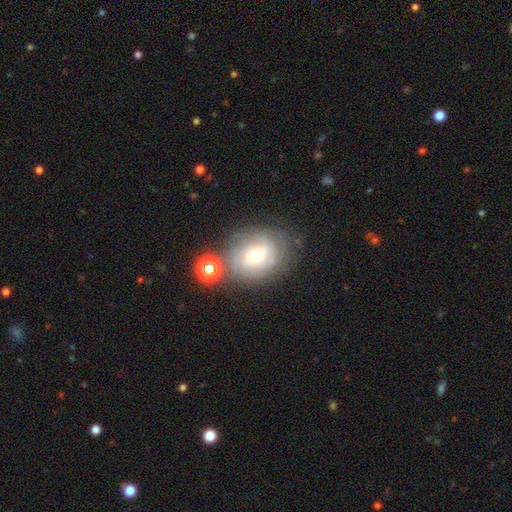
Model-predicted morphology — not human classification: Smooth or featured?
  - featured or disk: 58% *
  - smooth: 32%
  - star or artifact: 11%
Edge-on disk?
  - no: 96% *
  - yes: 4%
Bar?
  - no: 68% *
  - weak: 26%
  - strong: 5%
Spiral arms?
  - yes: 79% *
  - no: 21%
Bulge size?
  - small: 52% *
  - moderate: 41%
  - large: 4%
  - none: 2%
  - dominant: 1%
Merging?
  - none: 62% *
  - minor disturbance: 19%
  - merger: 11%
  - major disturbance: 9%